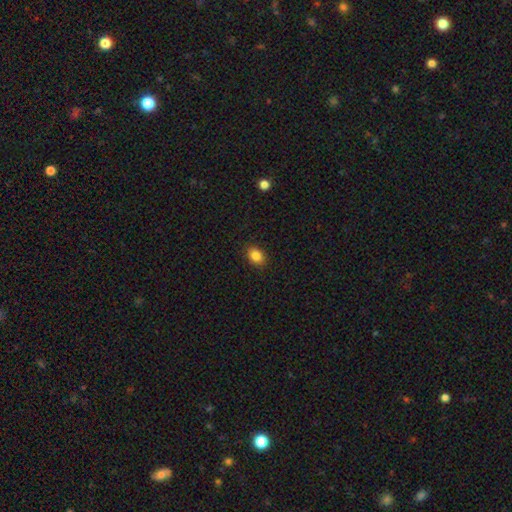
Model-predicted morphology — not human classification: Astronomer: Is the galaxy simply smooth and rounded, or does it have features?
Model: smooth — 86%.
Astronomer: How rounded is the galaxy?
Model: in between — 71%.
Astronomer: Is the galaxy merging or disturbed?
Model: none — 89%.